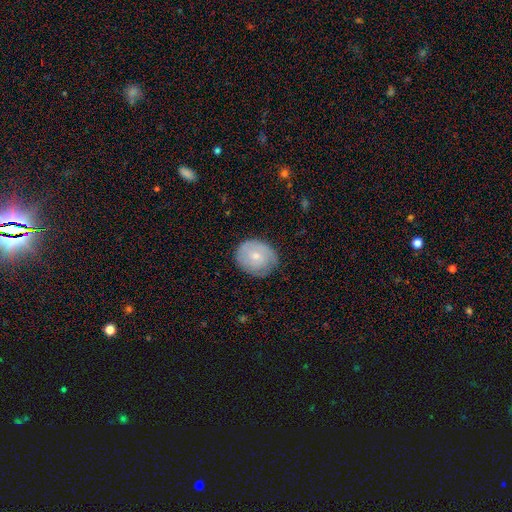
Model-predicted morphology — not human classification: Smooth or featured? Predicted: smooth (p=0.59). How rounded? Predicted: round (p=0.71). Merging? Predicted: none (p=0.75).